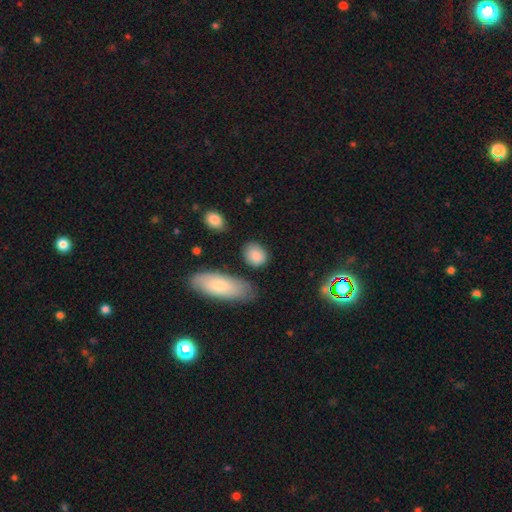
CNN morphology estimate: smooth 86%, featured or disk 7%, star or artifact 7%. Down the decision tree: how rounded — in between (55%); merging — none (76%).